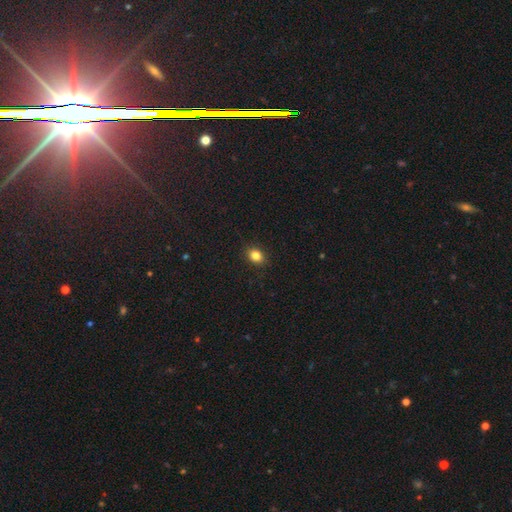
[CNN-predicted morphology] This is clearly a smooth galaxy (83%). How rounded: possibly in between (55%). Merging: clearly none (89%).